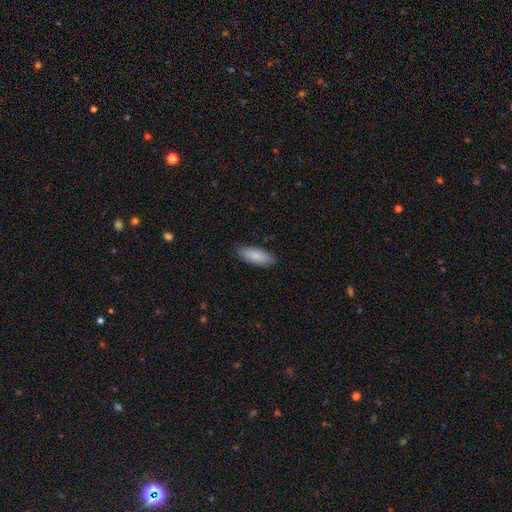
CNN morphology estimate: smooth 86%, featured or disk 8%, star or artifact 6%. Down the decision tree: how rounded — in between (76%); merging — none (86%).